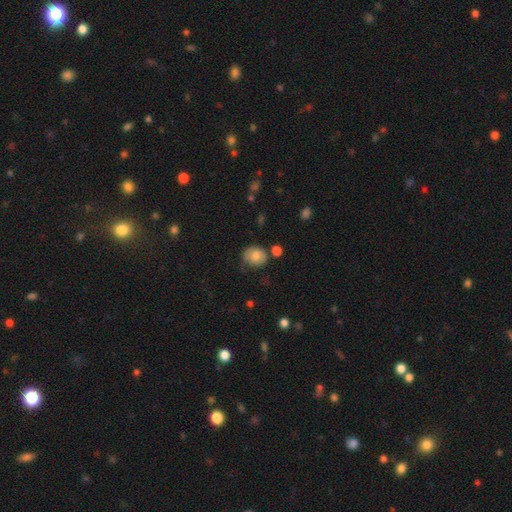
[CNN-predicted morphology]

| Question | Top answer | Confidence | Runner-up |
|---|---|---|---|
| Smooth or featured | smooth | 78% | featured or disk (14%) |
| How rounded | round | 63% | in between (36%) |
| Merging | none | 57% | minor disturbance (29%) |